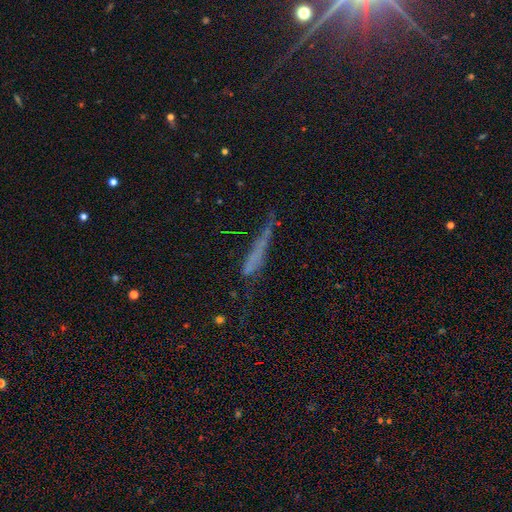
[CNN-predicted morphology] The model was most divided on "smooth or featured": smooth: 44%, featured or disk: 34%, star or artifact: 23%. Remaining: merging — none (41%).